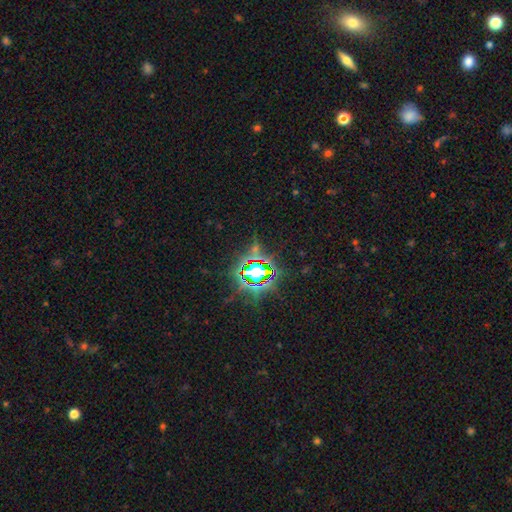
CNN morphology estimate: A star or artifact, not a galaxy (83%).